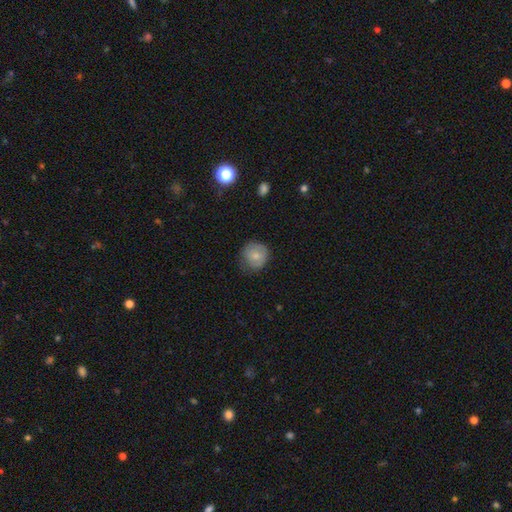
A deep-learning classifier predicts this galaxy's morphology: The model was most divided on "merging": none: 69%, minor disturbance: 24%, major disturbance: 6%, merger: 1%. More confident: how rounded — round (87%); smooth or featured — smooth (75%).